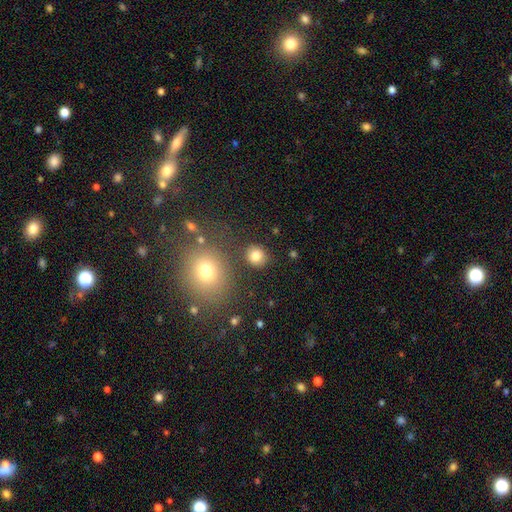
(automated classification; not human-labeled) The model was most divided on "how rounded": round: 78%, in between: 21%, cigar-shaped: 1%. More confident: merging — none (83%); smooth or featured — smooth (82%).